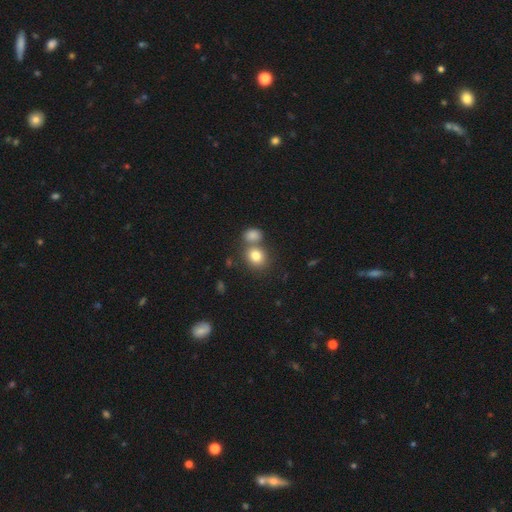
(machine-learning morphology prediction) Smooth or featured? Predicted: smooth (p=0.81). How rounded? Predicted: round (p=0.67). Merging? Predicted: none (p=0.53).